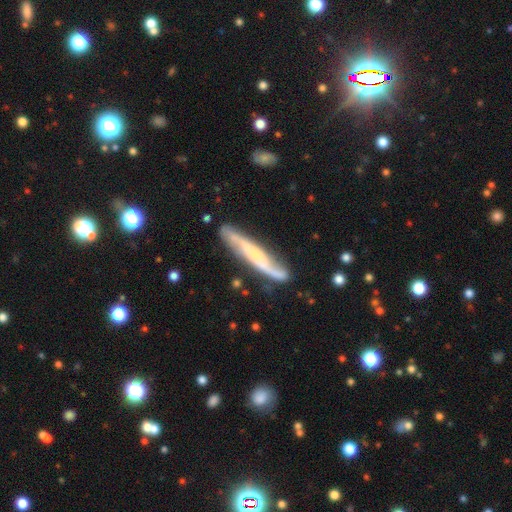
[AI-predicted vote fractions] smooth_or_featured: featured or disk (p=0.70) [alt: smooth p=0.24]
disk_edge_on: yes (p=0.54) [alt: no p=0.46]
merging: none (p=0.75) [alt: minor disturbance p=0.18]